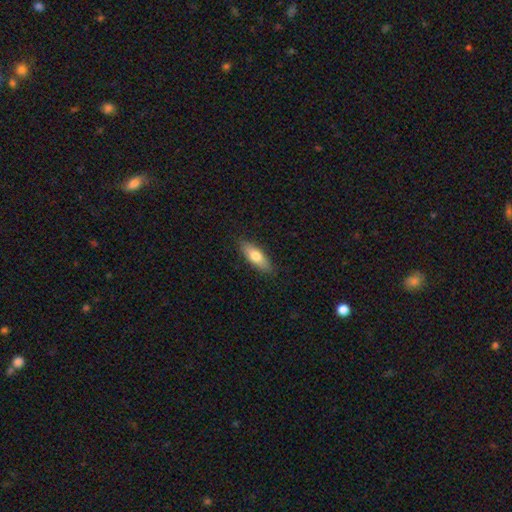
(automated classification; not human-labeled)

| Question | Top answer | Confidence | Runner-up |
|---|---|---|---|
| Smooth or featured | smooth | 71% | featured or disk (23%) |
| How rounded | in between | 61% | cigar-shaped (37%) |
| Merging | none | 87% | minor disturbance (10%) |